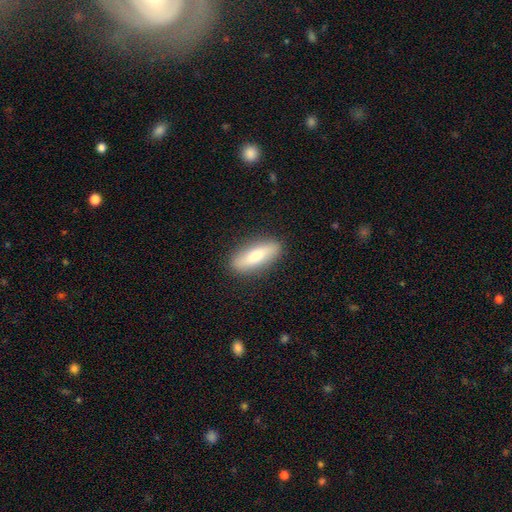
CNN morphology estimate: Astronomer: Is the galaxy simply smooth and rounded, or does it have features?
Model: smooth — 63%.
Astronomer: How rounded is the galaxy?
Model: in between — 57% (runner-up: cigar-shaped, 41%).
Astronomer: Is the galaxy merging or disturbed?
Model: none — 88%.